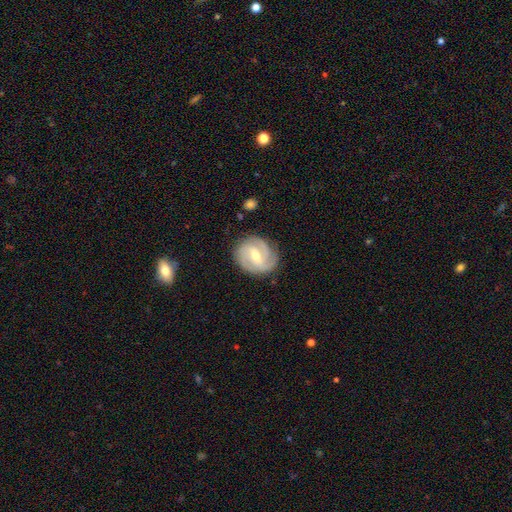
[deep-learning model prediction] A featured or disk galaxy (84%) with a weak bar (54%), 3 (45%) tight (50%) spiral arms (95%) and a moderate central bulge (58%).

Vote fractions:
- Smooth or featured? featured or disk: 84% / smooth: 12% / star or artifact: 5%
- Edge-on disk? no: 97% / yes: 3%
- Bar? weak: 54% / strong: 24% / no: 22%
- Spiral arms? yes: 95% / no: 5%
- Spiral winding? tight: 50% / medium: 40% / loose: 11%
- Spiral arm count? 3: 45% / 2: 27% / can't tell: 13% / 4: 8% / 1: 4% / more than 4: 3%
- Bulge size? moderate: 58% / small: 38% / large: 2% / none: 1% / dominant: 1%
- Merging? none: 81% / minor disturbance: 14% / major disturbance: 4% / merger: 1%